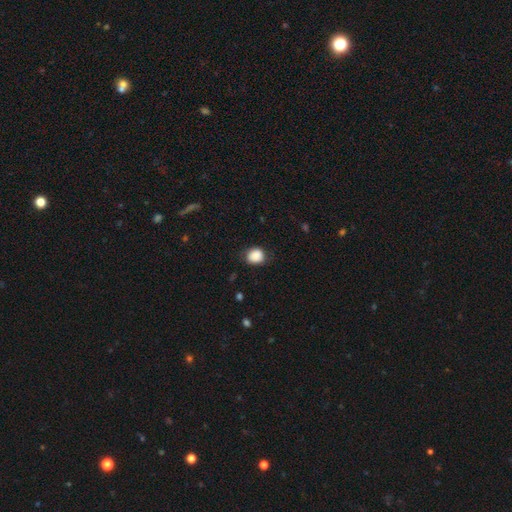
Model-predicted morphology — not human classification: A smooth galaxy with no disk features (87%) that is round (72%). Merging: none (78%).